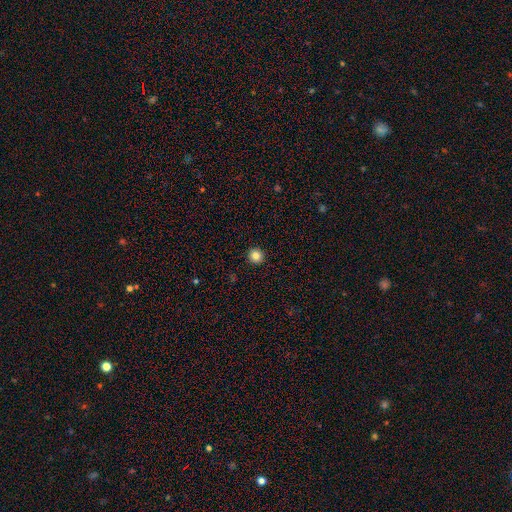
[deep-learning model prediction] smooth 84%, star or artifact 11%, featured or disk 5%. Down the decision tree: how rounded — round (96%); merging — none (94%).